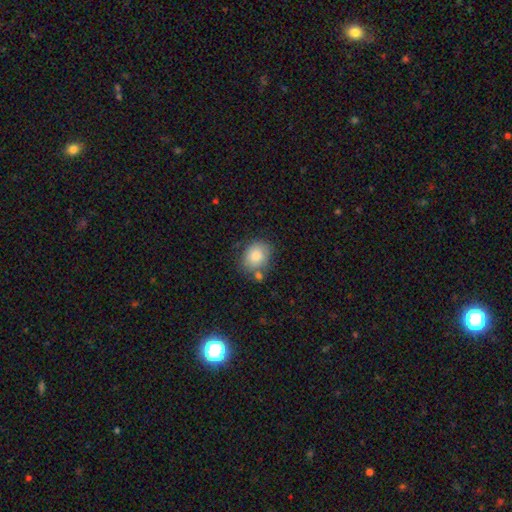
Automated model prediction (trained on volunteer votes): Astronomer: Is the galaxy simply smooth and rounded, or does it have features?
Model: smooth — 82%.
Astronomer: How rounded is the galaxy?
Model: round — 56% (runner-up: in between, 43%).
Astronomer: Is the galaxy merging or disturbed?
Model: none — 69%.